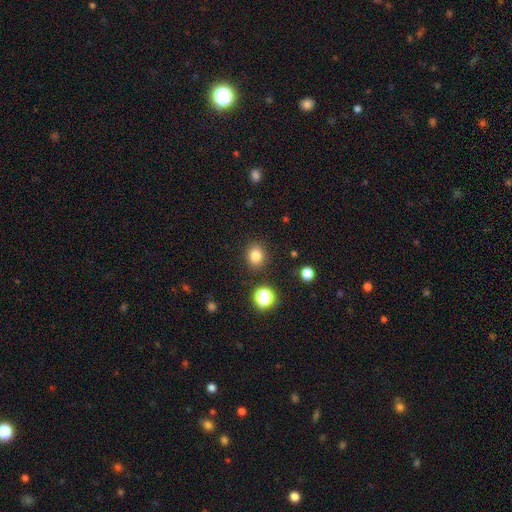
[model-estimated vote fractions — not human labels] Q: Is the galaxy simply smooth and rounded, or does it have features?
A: smooth — 80%.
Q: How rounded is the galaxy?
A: round — 70%.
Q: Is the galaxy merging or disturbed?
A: none — 88%.